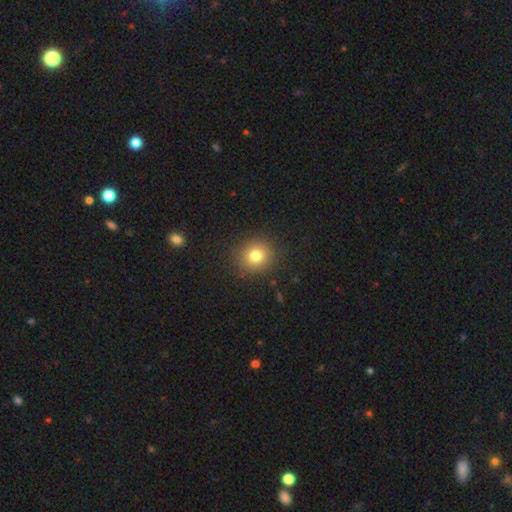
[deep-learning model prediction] The model was most divided on "smooth or featured": smooth: 79%, star or artifact: 13%, featured or disk: 8%. More confident: merging — none (89%); how rounded — round (83%).